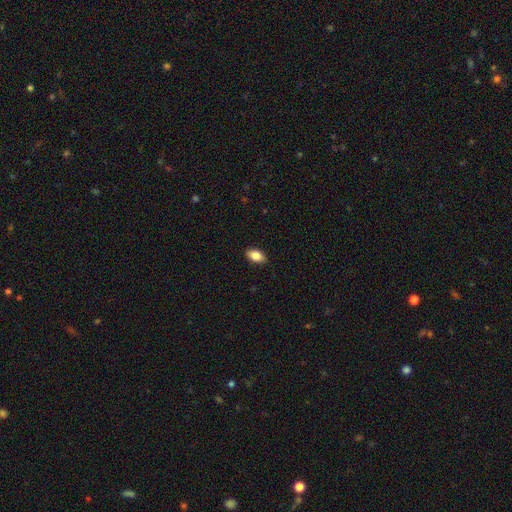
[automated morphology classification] A smooth galaxy with no disk features (82%) that is in between round and cigar-shaped (90%).

Vote fractions:
- Smooth or featured? smooth: 82% / featured or disk: 11% / star or artifact: 7%
- How rounded? in between: 90% / round: 5% / cigar-shaped: 4%
- Merging? none: 89% / minor disturbance: 8% / major disturbance: 2% / merger: 1%